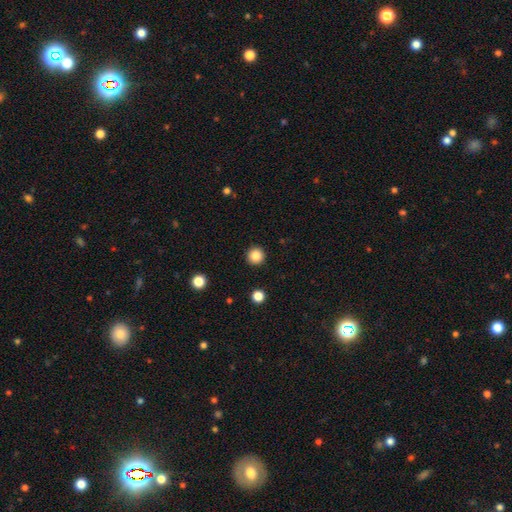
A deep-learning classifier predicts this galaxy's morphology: type=smooth (85%); roundness=round (96%); merging=none (93%).